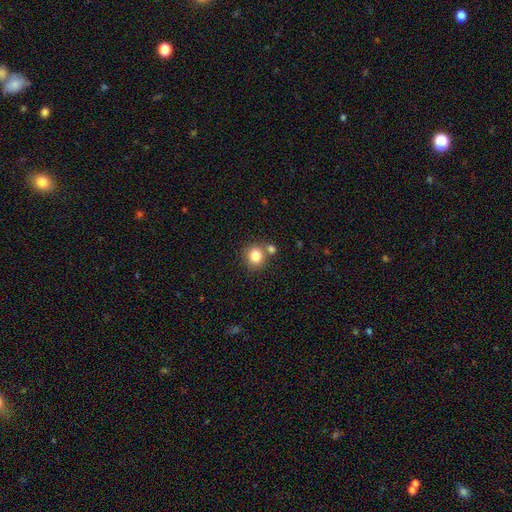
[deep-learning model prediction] Smooth or featured: smooth — 82% (star or artifact — 11%)
How rounded: round — 82% (in between — 17%)
Merging: none — 67% (merger — 20%)